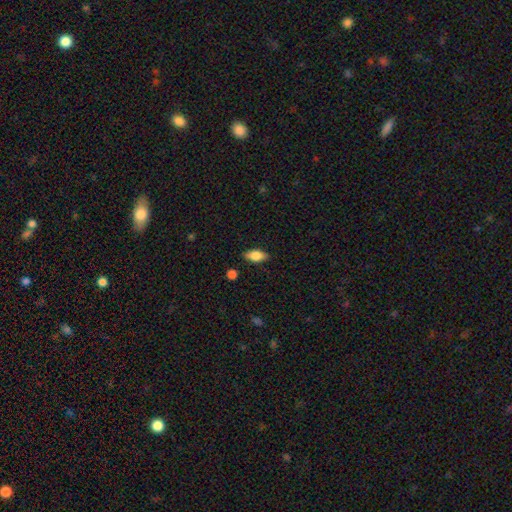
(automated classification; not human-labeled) Q: Smooth or featured?
A: smooth (78%); runner-up: featured or disk (14%)
Q: How rounded?
A: in between (87%); runner-up: cigar-shaped (9%)
Q: Merging?
A: none (85%); runner-up: minor disturbance (11%)